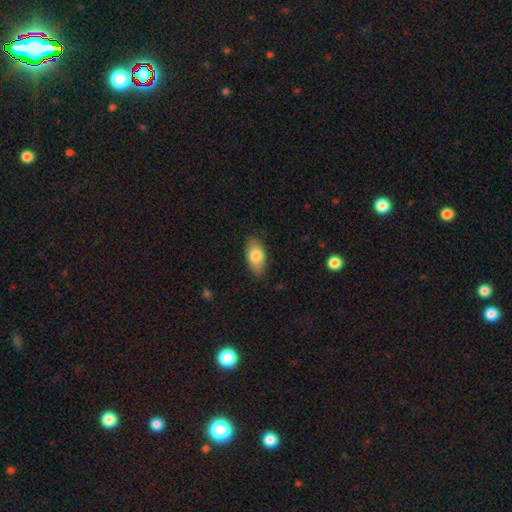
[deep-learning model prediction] Smooth or featured: smooth — 80% (featured or disk — 14%)
How rounded: in between — 90% (round — 5%)
Merging: none — 80% (minor disturbance — 16%)